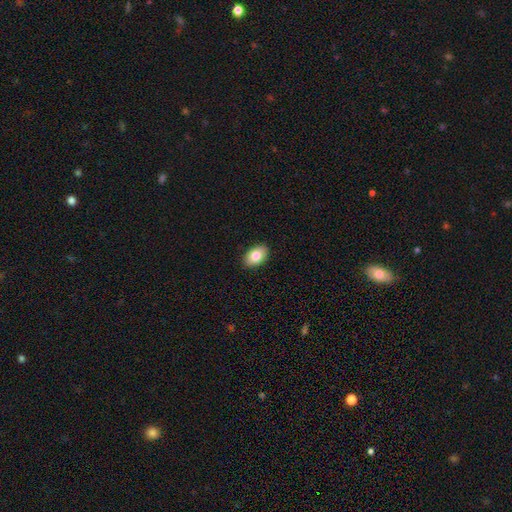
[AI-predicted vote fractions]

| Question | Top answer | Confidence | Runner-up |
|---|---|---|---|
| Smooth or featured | smooth | 81% | featured or disk (11%) |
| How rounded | in between | 89% | round (9%) |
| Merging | none | 90% | minor disturbance (7%) |